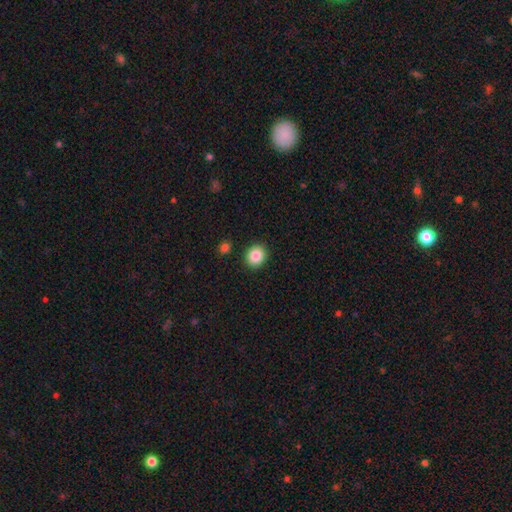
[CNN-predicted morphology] Smooth or featured? Predicted: smooth (p=0.87). How rounded? Predicted: round (p=0.69). Merging? Predicted: none (p=0.89).